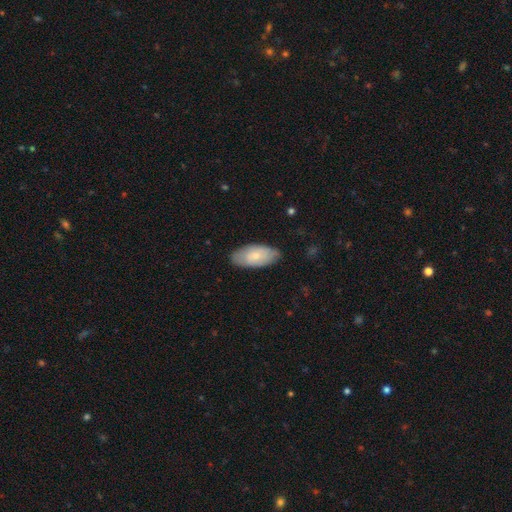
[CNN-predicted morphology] type=smooth (67%); roundness=in between (92%); merging=none (80%).